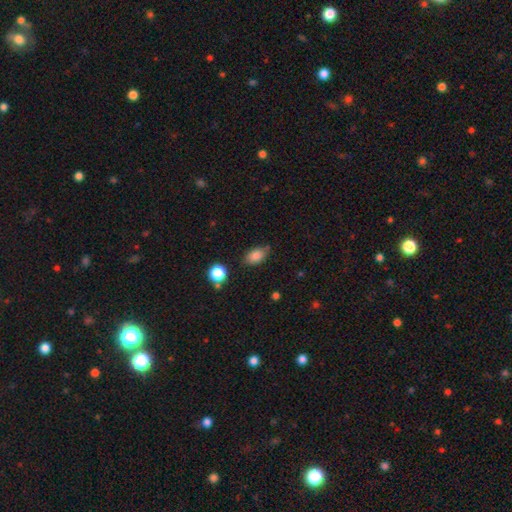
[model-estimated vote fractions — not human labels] smooth-or-featured: smooth: 83% | star or artifact: 9% | featured or disk: 8%
  how-rounded: in between: 87% | round: 10% | cigar-shaped: 3%
  merging: none: 75% | minor disturbance: 18% | merger: 4% | major disturbance: 4%